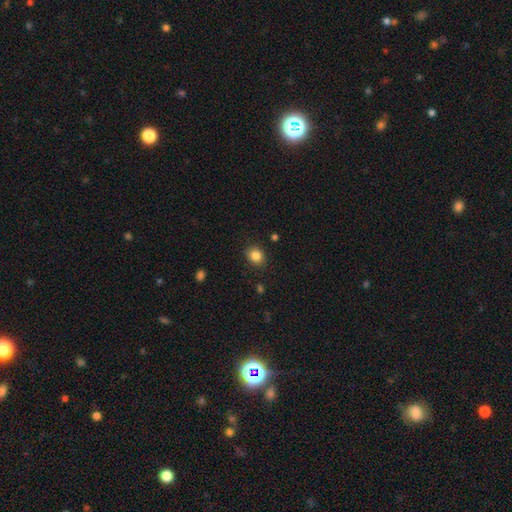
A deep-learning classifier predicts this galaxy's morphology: Smooth or featured? Predicted: smooth (p=0.85). How rounded? Predicted: round (p=0.64). Merging? Predicted: none (p=0.88).